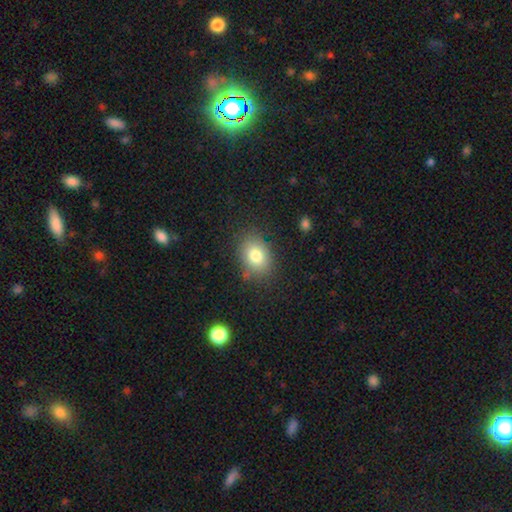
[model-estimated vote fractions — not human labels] smooth_or_featured: smooth (p=0.79) [alt: featured or disk p=0.11]
how_rounded: in between (p=0.67) [alt: round p=0.32]
merging: none (p=0.81) [alt: minor disturbance p=0.13]